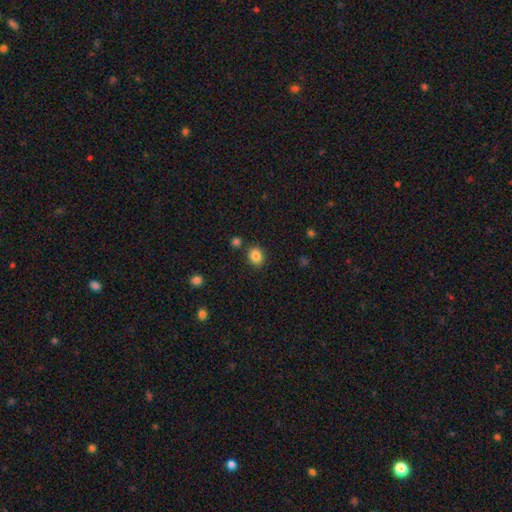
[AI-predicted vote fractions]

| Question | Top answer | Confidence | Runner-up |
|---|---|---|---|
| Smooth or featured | smooth | 85% | star or artifact (10%) |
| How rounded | round | 64% | in between (35%) |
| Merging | none | 83% | minor disturbance (9%) |